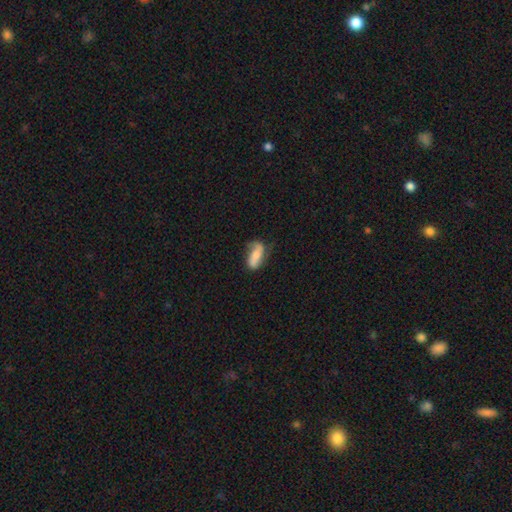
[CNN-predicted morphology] A featured or disk galaxy (47%).

Vote fractions:
- Smooth or featured? featured or disk: 47% / smooth: 46% / star or artifact: 7%
- Merging? none: 55% / minor disturbance: 29% / major disturbance: 12% / merger: 3%